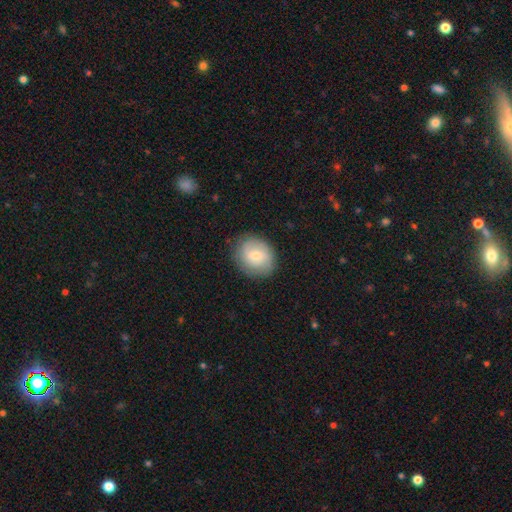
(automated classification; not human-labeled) smooth-or-featured: smooth: 59% | featured or disk: 34% | star or artifact: 7%
  how-rounded: round: 64% | in between: 35% | cigar-shaped: 1%
  merging: none: 82% | minor disturbance: 13% | major disturbance: 4% | merger: 1%